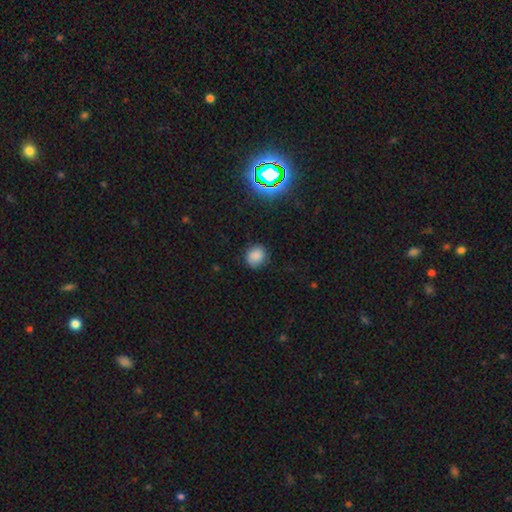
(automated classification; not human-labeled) smooth-or-featured: smooth: 81% | star or artifact: 14% | featured or disk: 5%
  how-rounded: round: 77% | in between: 23% | cigar-shaped: 1%
  merging: none: 81% | minor disturbance: 14% | major disturbance: 4% | merger: 1%